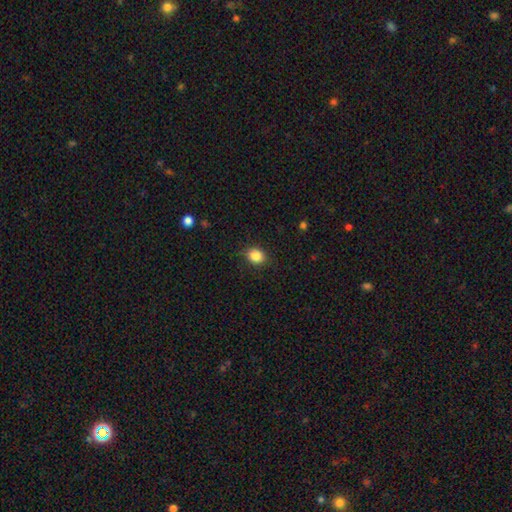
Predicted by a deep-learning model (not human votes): smooth 86%, star or artifact 10%, featured or disk 4%. Down the decision tree: how rounded — round (59%); merging — none (87%).